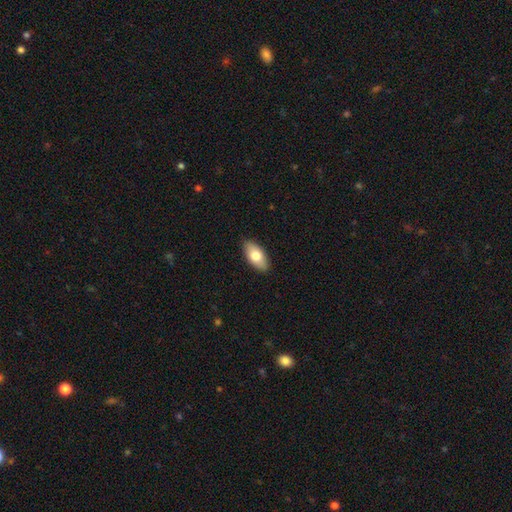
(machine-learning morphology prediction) Q: Smooth or featured?
A: smooth (75%); runner-up: featured or disk (19%)
Q: How rounded?
A: in between (92%); runner-up: cigar-shaped (5%)
Q: Merging?
A: none (89%); runner-up: minor disturbance (9%)